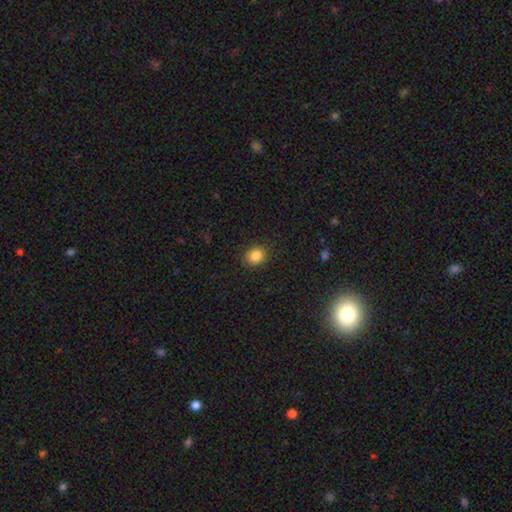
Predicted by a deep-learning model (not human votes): smooth_or_featured: smooth (p=0.85) [alt: star or artifact p=0.10]
how_rounded: round (p=0.65) [alt: in between p=0.34]
merging: none (p=0.89) [alt: minor disturbance p=0.08]